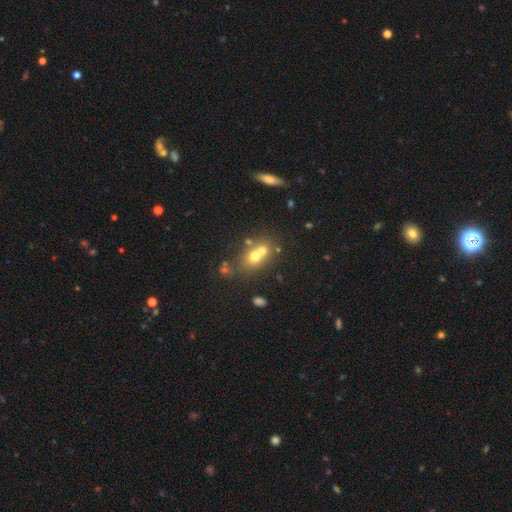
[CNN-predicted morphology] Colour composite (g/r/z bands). It shows a smooth galaxy with no disk features (60%) that is round (54%). Merging: merger (52%).